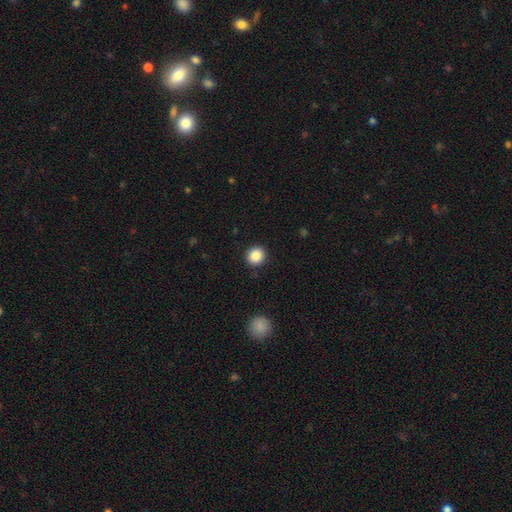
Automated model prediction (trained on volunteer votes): smooth-or-featured: smooth: 87% | star or artifact: 10% | featured or disk: 4%
  how-rounded: round: 90% | in between: 9% | cigar-shaped: 1%
  merging: none: 91% | minor disturbance: 6% | major disturbance: 2% | merger: 1%